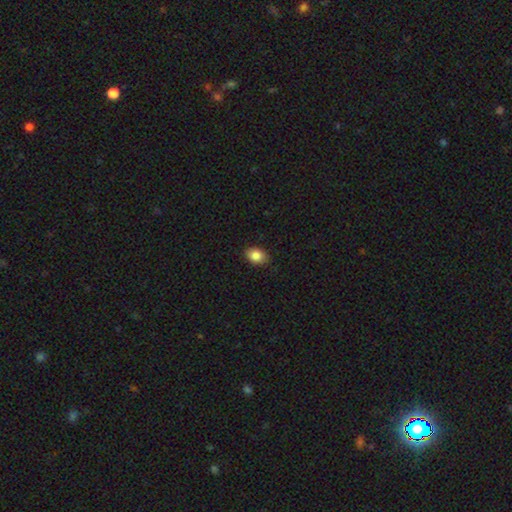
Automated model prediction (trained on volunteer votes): Q: Smooth or featured?
A: smooth (85%); runner-up: star or artifact (9%)
Q: How rounded?
A: in between (77%); runner-up: round (22%)
Q: Merging?
A: none (88%); runner-up: minor disturbance (9%)